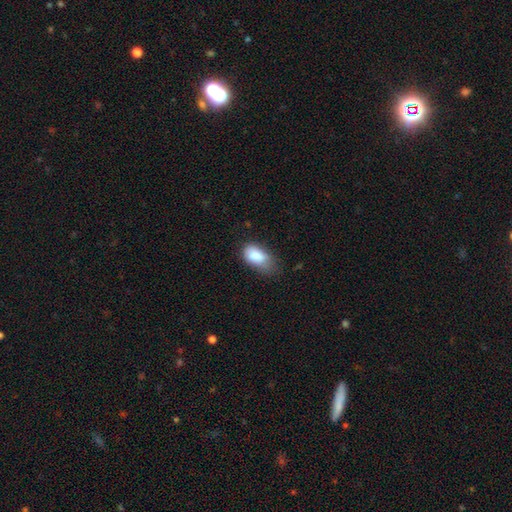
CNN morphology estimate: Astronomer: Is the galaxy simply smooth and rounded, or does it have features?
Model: smooth — 84%.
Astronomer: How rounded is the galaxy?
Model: in between — 92%.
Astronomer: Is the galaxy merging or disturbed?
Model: minor disturbance — 44% (runner-up: none, 35%).